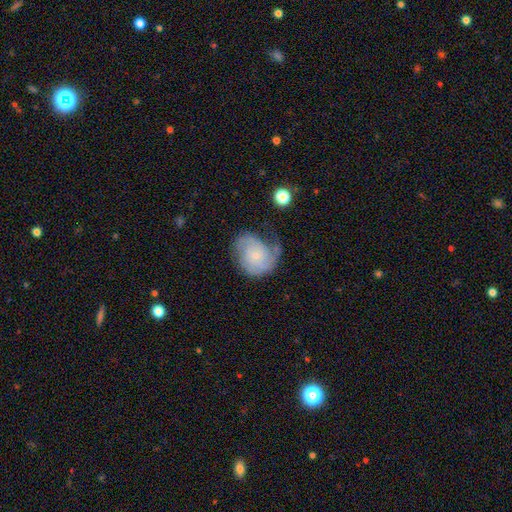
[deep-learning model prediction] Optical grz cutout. It shows a featured or disk galaxy (72%) with no bar (74%), 2 (49%) tight (41%) spiral arms (91%) and a small central bulge (76%). Merging: none (47%).